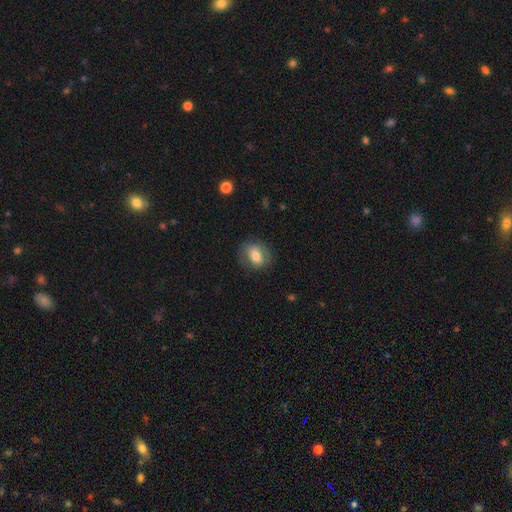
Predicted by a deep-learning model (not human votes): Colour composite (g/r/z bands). It shows a smooth galaxy with no disk features (65%) that is in between round and cigar-shaped (56%). Merging: none (76%).